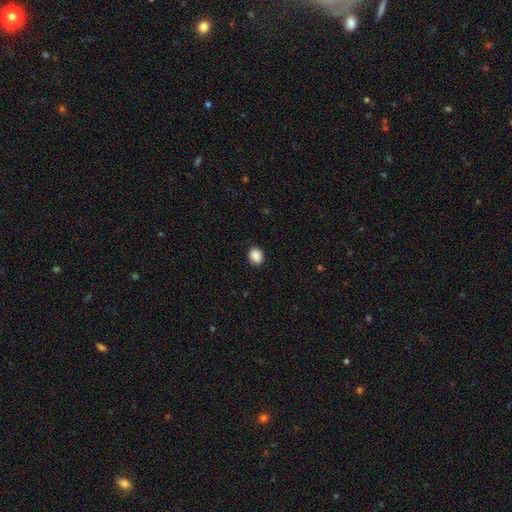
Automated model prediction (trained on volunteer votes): Smooth or featured? smooth (88%)
How rounded? in between (50%)
Merging? none (88%)